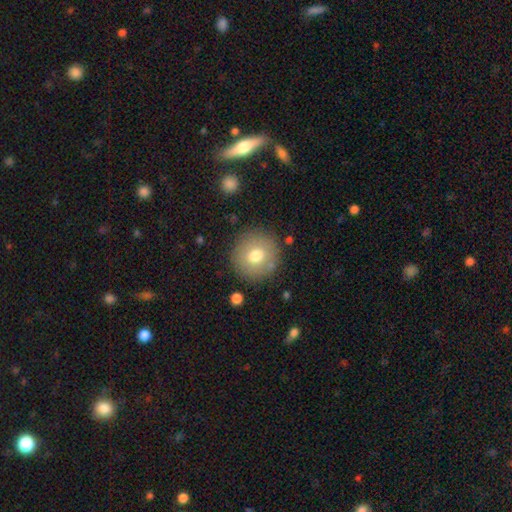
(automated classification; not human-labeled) Smooth or featured? Predicted: smooth (p=0.73). How rounded? Predicted: round (p=0.94). Merging? Predicted: none (p=0.86).